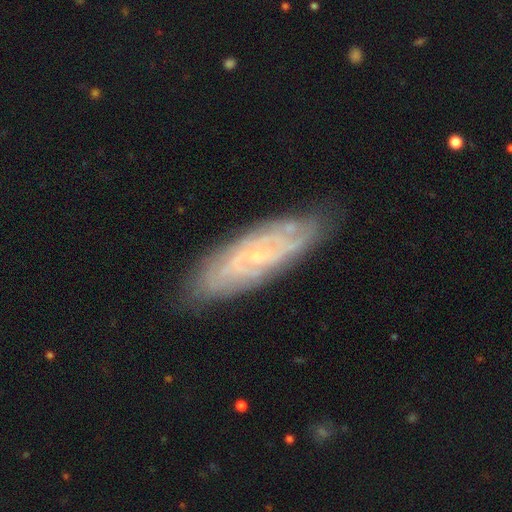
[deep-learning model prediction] A featured or disk galaxy (74%) with no bar (45%), tight (55%) spiral arms (87%) and a small central bulge (73%).

Vote fractions:
- Smooth or featured? featured or disk: 74% / smooth: 18% / star or artifact: 7%
- Edge-on disk? no: 79% / yes: 21%
- Bar? no: 45% / weak: 41% / strong: 14%
- Spiral arms? yes: 87% / no: 13%
- Spiral winding? tight: 55% / medium: 33% / loose: 12%
- Spiral arm count? can't tell: 47% / 2: 27% / 3: 10% / 4: 7% / more than 4: 4% / 1: 4%
- Bulge size? small: 73% / moderate: 12% / none: 12% / large: 1% / dominant: 1%
- Merging? none: 80% / minor disturbance: 15% / major disturbance: 4% / merger: 2%